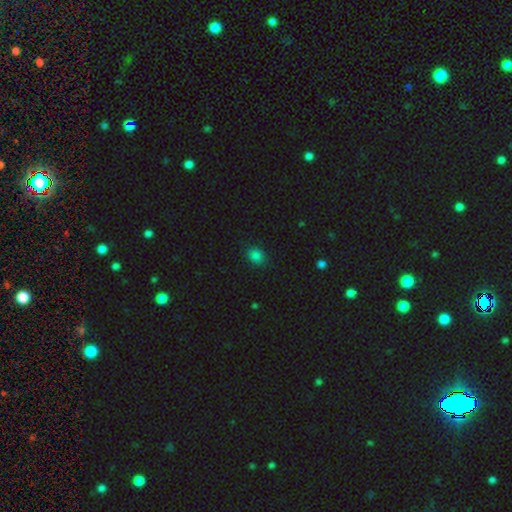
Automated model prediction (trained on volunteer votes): Smooth or featured: smooth — 82% (star or artifact — 14%)
How rounded: in between — 53% (round — 46%)
Merging: none — 85% (minor disturbance — 12%)